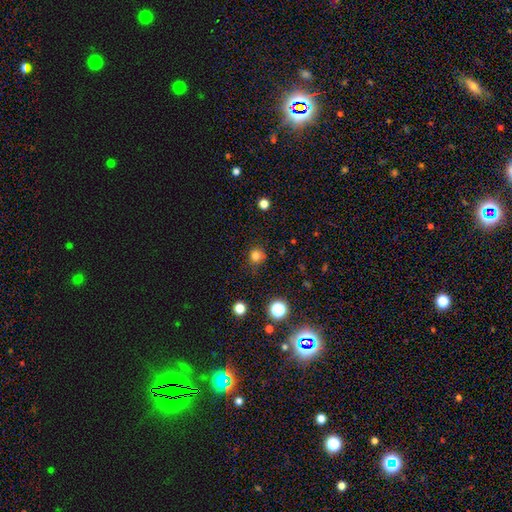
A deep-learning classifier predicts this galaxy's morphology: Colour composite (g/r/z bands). It shows a smooth galaxy with no disk features (79%) that is round (89%). Merging: none (78%).